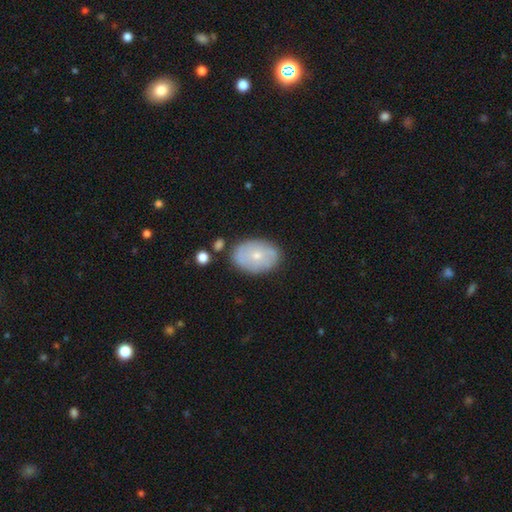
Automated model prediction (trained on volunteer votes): smooth 57%, featured or disk 37%, star or artifact 7%. Down the decision tree: how rounded — in between (82%); merging — none (78%).